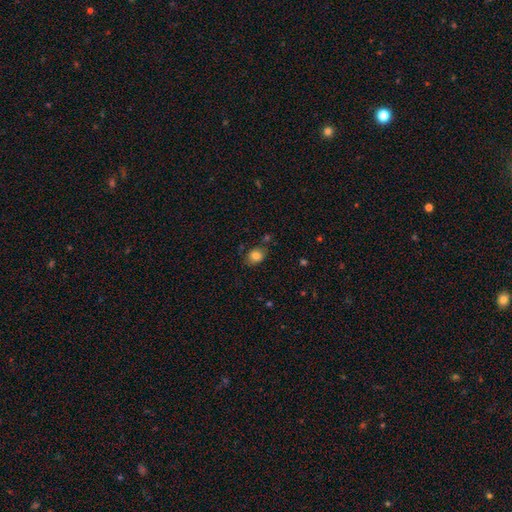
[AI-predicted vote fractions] The model was most divided on "how rounded": in between: 56%, round: 43%, cigar-shaped: 1%. More confident: smooth or featured — smooth (83%); merging — none (71%).